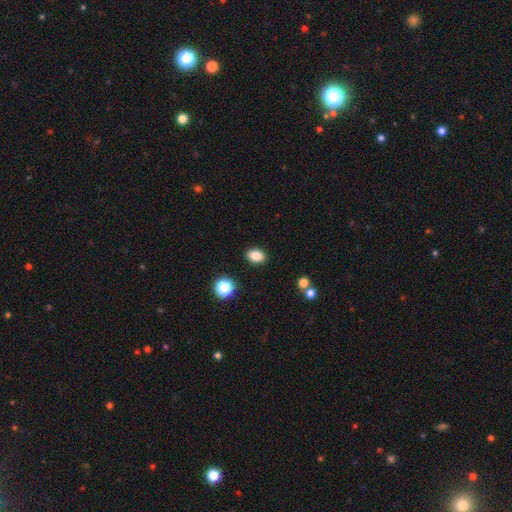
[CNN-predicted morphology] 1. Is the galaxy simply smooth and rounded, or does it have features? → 84% smooth, 10% star or artifact, 6% featured or disk.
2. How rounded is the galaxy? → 78% in between, 21% round, 1% cigar-shaped.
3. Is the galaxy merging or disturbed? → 89% none, 7% minor disturbance, 2% major disturbance, 2% merger.